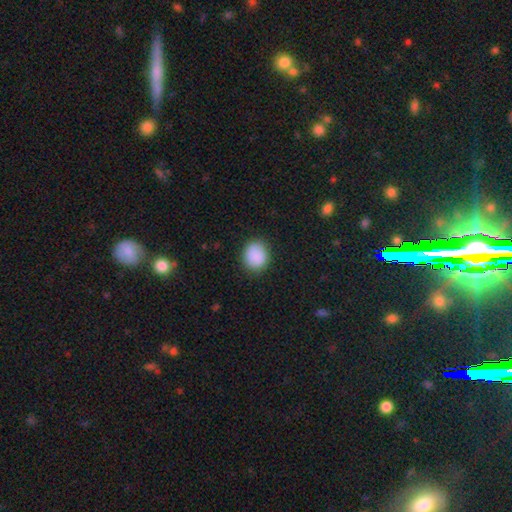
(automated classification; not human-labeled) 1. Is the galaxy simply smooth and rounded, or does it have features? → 89% smooth, 7% star or artifact, 4% featured or disk.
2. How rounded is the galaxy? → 68% round, 31% in between, 1% cigar-shaped.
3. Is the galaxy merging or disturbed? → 85% none, 11% minor disturbance, 3% major disturbance, 1% merger.